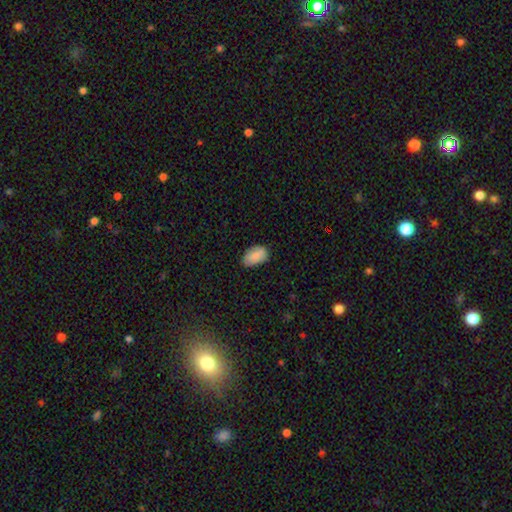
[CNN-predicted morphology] Overall: smooth (86%). How rounded: in between (92%). Merging: none (76%).